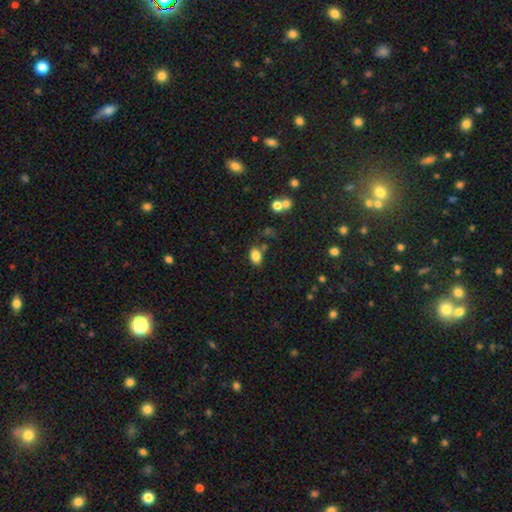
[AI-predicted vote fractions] Q: Smooth or featured?
A: smooth (83%); runner-up: star or artifact (10%)
Q: How rounded?
A: in between (82%); runner-up: round (16%)
Q: Merging?
A: none (74%); runner-up: minor disturbance (14%)